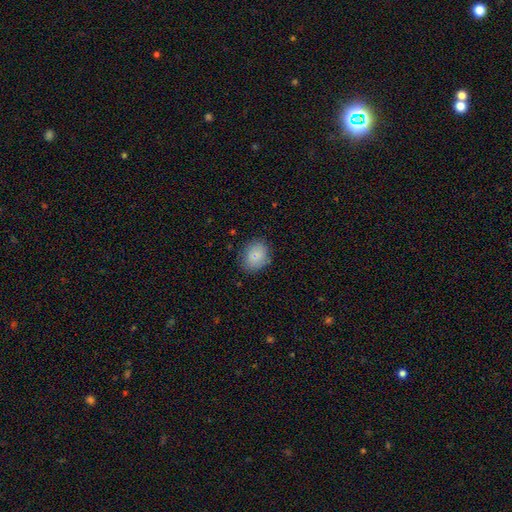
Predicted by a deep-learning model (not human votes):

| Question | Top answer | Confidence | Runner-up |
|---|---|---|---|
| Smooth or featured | smooth | 79% | featured or disk (12%) |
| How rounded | round | 54% | in between (45%) |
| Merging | none | 79% | minor disturbance (16%) |